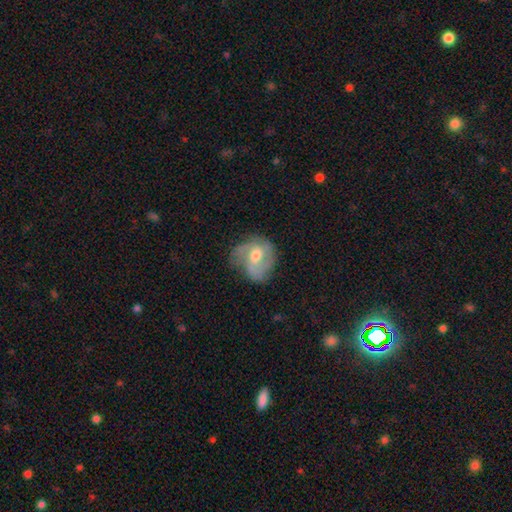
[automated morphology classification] Smooth or featured?
  - featured or disk: 66% *
  - smooth: 27%
  - star or artifact: 7%
Edge-on disk?
  - no: 97% *
  - yes: 3%
Bar?
  - no: 55% *
  - weak: 37%
  - strong: 8%
Spiral arms?
  - yes: 84% *
  - no: 16%
Spiral winding?
  - medium: 45% *
  - tight: 34%
  - loose: 22%
Spiral arm count?
  - 2: 32% *
  - 3: 31%
  - can't tell: 24%
  - 1: 5%
  - 4: 5%
  - more than 4: 3%
Bulge size?
  - moderate: 66% *
  - small: 26%
  - large: 5%
  - none: 2%
  - dominant: 1%
Merging?
  - none: 54% *
  - minor disturbance: 28%
  - major disturbance: 16%
  - merger: 2%